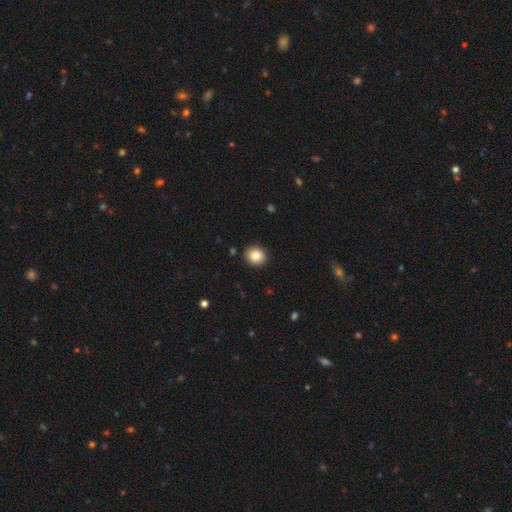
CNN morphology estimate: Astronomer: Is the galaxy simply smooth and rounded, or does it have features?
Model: smooth — 87%.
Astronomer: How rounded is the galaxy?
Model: round — 85%.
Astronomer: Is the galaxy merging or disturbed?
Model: none — 91%.